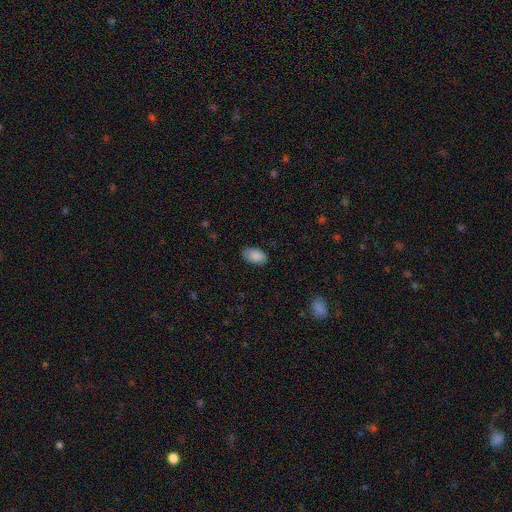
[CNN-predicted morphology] type=smooth (88%); roundness=in between (94%); merging=none (82%).